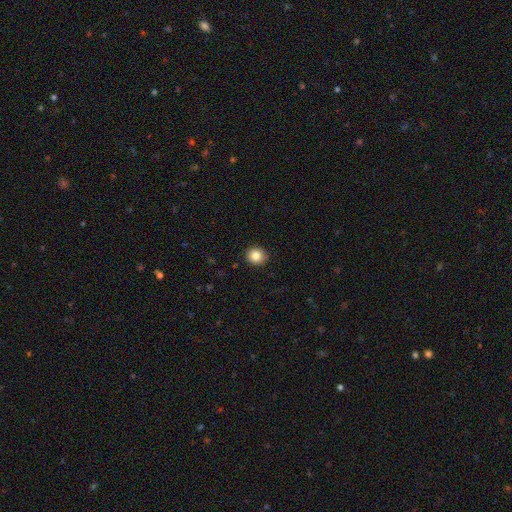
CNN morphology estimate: smooth-or-featured: smooth: 84% | star or artifact: 10% | featured or disk: 6%
  how-rounded: round: 85% | in between: 14% | cigar-shaped: 1%
  merging: none: 92% | minor disturbance: 5% | major disturbance: 2% | merger: 1%